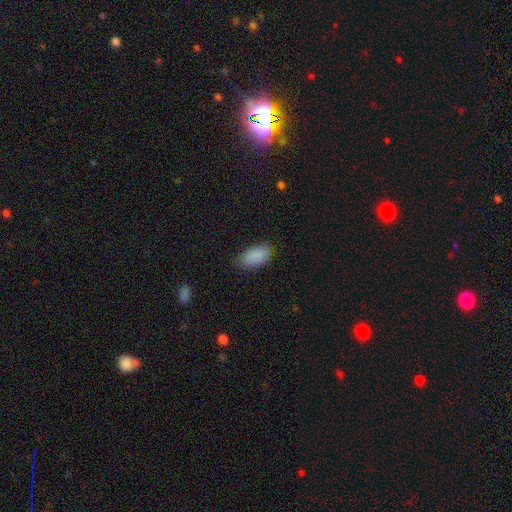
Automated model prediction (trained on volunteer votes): smooth-or-featured: smooth: 89% | star or artifact: 7% | featured or disk: 4%
  how-rounded: in between: 94% | round: 4% | cigar-shaped: 2%
  merging: none: 78% | minor disturbance: 18% | major disturbance: 4% | merger: 1%